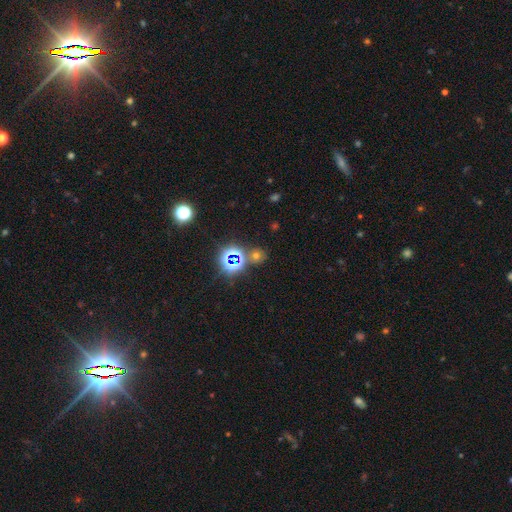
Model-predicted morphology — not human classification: Smooth or featured? star or artifact (47%)